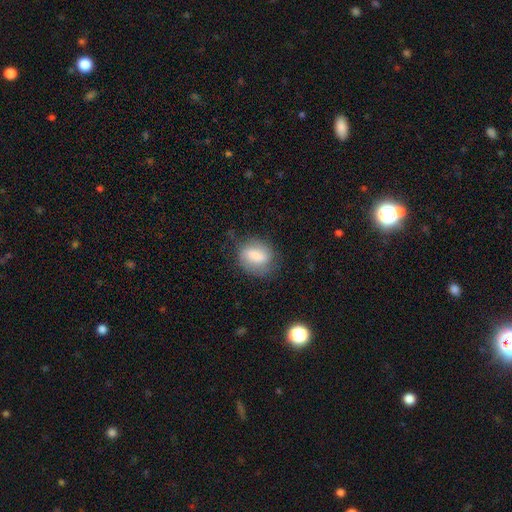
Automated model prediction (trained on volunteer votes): Smooth or featured? Predicted: smooth (p=0.67). How rounded? Predicted: in between (p=0.56). Merging? Predicted: none (p=0.62).